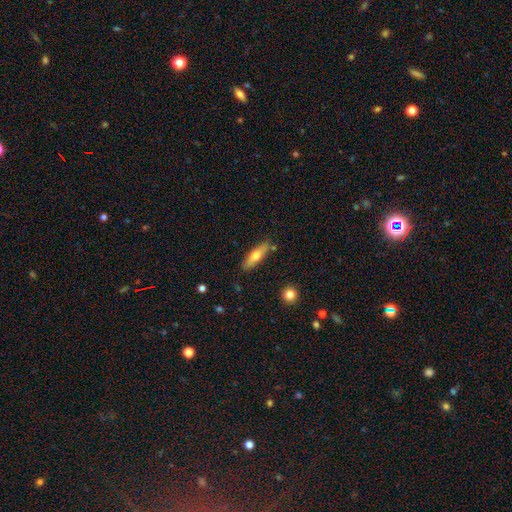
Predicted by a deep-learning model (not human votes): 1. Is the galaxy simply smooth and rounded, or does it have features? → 60% smooth, 34% featured or disk, 6% star or artifact.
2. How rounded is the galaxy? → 61% cigar-shaped, 36% in between, 2% round.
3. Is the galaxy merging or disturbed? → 81% none, 13% minor disturbance, 4% merger, 3% major disturbance.